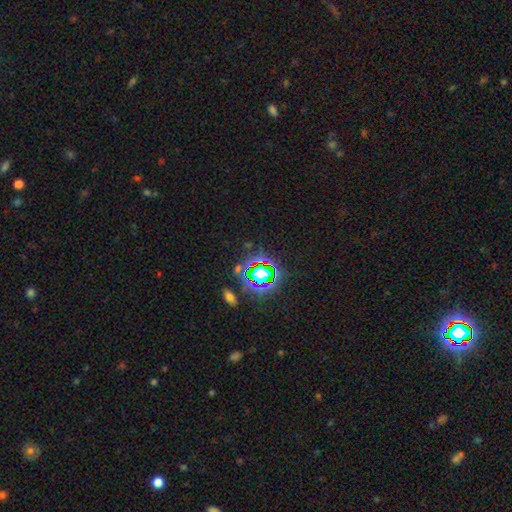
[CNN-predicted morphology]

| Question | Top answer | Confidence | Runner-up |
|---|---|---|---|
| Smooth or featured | star or artifact | 80% | smooth (12%) |